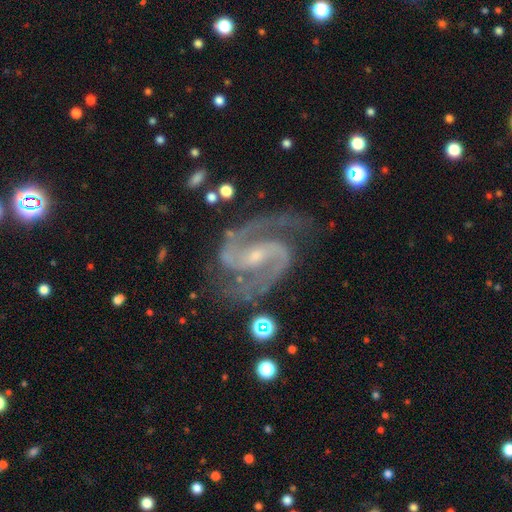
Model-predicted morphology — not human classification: A featured or disk galaxy (94%) with a weak bar (43%), 2 (93%) medium (64%) spiral arms (99%) and a small central bulge (72%). Merging: none (76%).